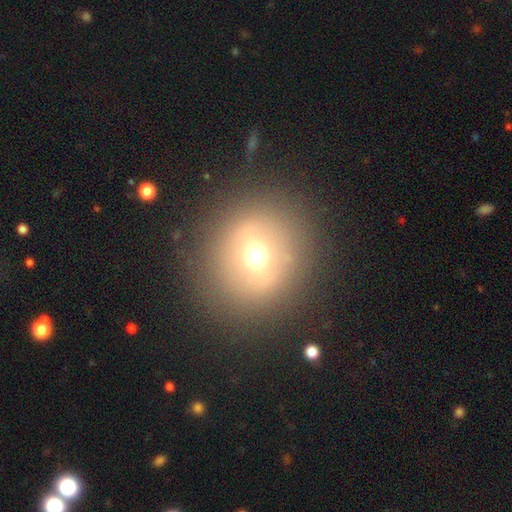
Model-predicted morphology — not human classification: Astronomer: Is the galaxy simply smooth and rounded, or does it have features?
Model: smooth — 61%.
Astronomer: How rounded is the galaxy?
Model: round — 88%.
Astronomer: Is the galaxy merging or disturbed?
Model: none — 85%.